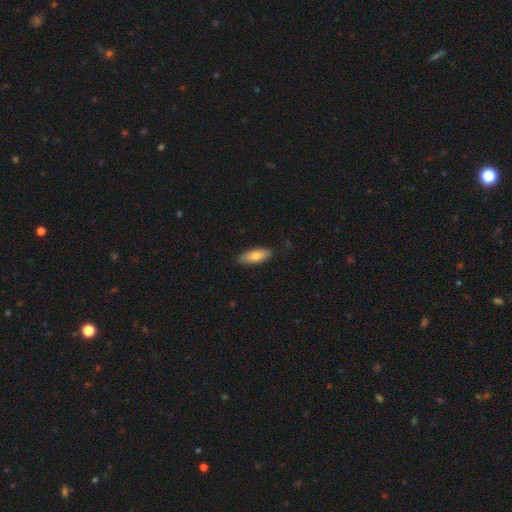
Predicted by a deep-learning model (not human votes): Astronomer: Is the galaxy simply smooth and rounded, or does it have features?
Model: smooth — 77%.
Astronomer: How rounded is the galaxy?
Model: in between — 71%.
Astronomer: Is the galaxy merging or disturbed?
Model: none — 86%.